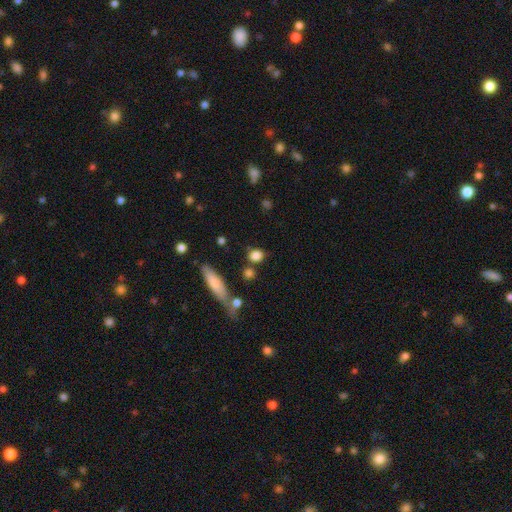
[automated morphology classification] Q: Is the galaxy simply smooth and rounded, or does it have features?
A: smooth — 83%.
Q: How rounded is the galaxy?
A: round — 63%.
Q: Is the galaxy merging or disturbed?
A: none — 71%.